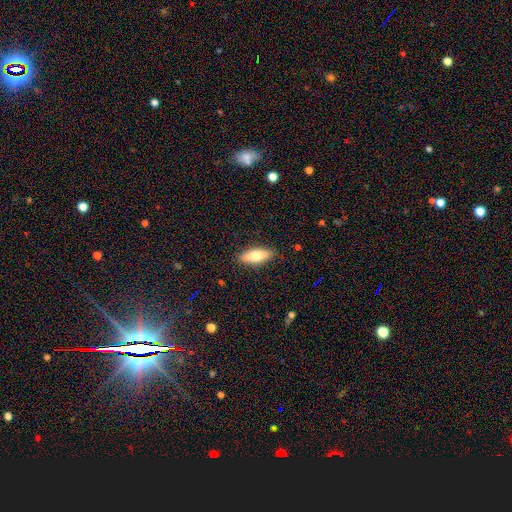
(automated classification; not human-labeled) Morphology: type=smooth (69%); roundness=in between (70%); merging=none (87%).